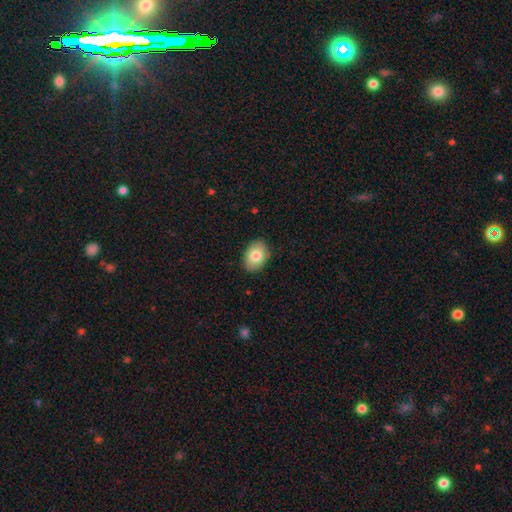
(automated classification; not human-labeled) Smooth or featured? Predicted: smooth (p=0.80). How rounded? Predicted: in between (p=0.79). Merging? Predicted: none (p=0.88).